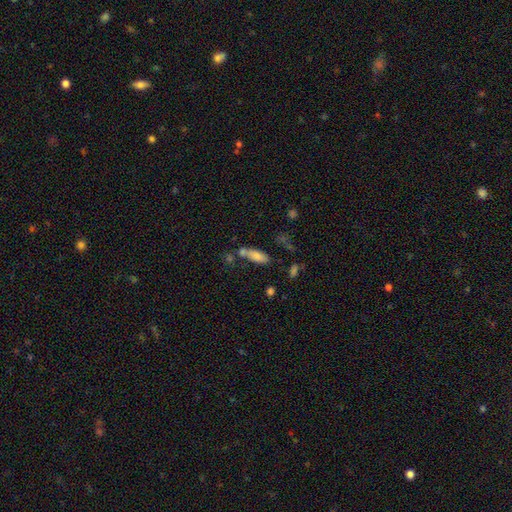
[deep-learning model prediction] Smooth or featured?
  - smooth: 76% *
  - featured or disk: 14%
  - star or artifact: 10%
How rounded?
  - in between: 68% *
  - cigar-shaped: 29%
  - round: 3%
Merging?
  - none: 42% *
  - merger: 35%
  - minor disturbance: 16%
  - major disturbance: 7%